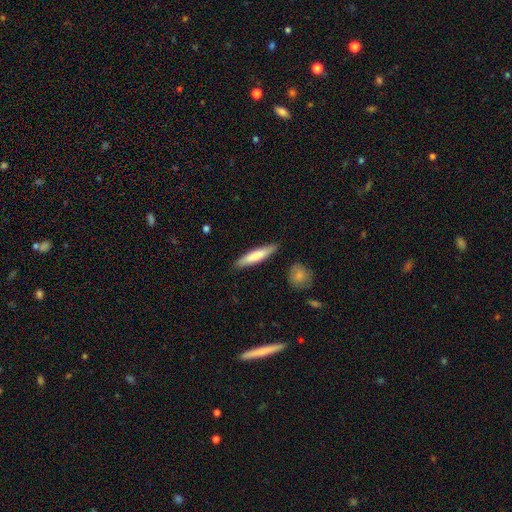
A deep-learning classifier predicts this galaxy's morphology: This appears to be a smooth galaxy with no disk features (77%) that is cigar-shaped (85%). Merging: none (87%).